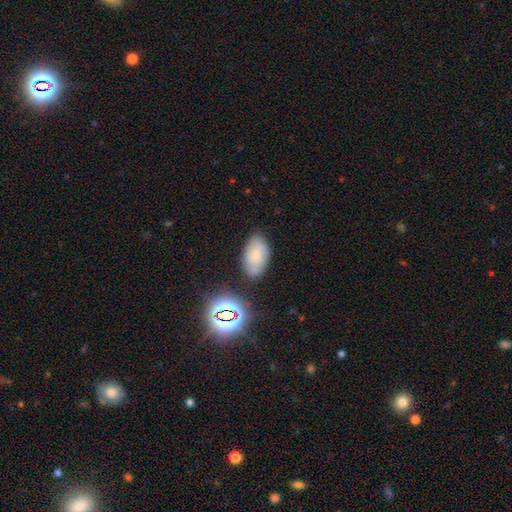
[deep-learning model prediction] A smooth galaxy with no disk features (58%) that is in between round and cigar-shaped (92%).

Vote fractions:
- Smooth or featured? smooth: 58% / featured or disk: 27% / star or artifact: 15%
- How rounded? in between: 92% / round: 7% / cigar-shaped: 2%
- Merging? none: 75% / minor disturbance: 17% / merger: 4% / major disturbance: 4%